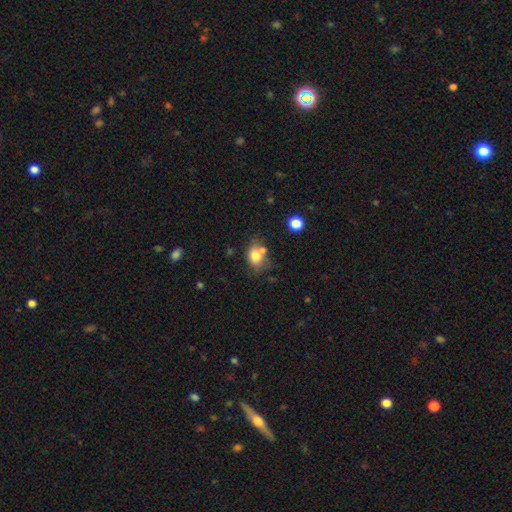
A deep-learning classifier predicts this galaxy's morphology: Smooth or featured?
  - smooth: 76% *
  - featured or disk: 14%
  - star or artifact: 11%
How rounded?
  - in between: 63% *
  - round: 36%
  - cigar-shaped: 1%
Merging?
  - none: 51% *
  - merger: 24%
  - minor disturbance: 19%
  - major disturbance: 7%